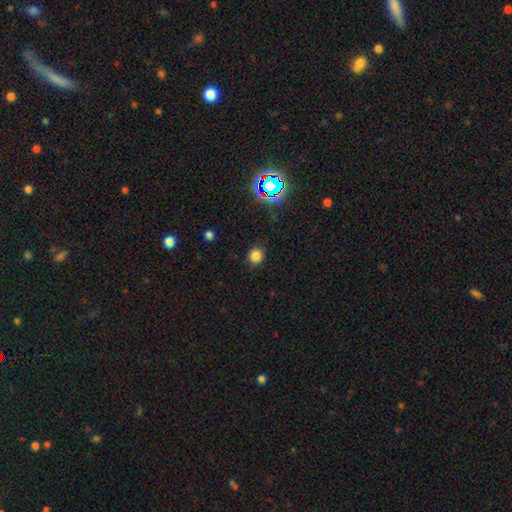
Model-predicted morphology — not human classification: smooth-or-featured: smooth: 78% | star or artifact: 17% | featured or disk: 5%
  how-rounded: round: 84% | in between: 15% | cigar-shaped: 1%
  merging: none: 88% | minor disturbance: 8% | major disturbance: 3% | merger: 1%